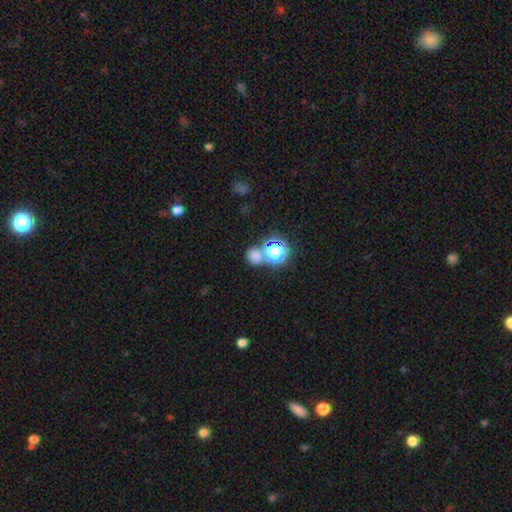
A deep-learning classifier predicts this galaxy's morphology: Smooth or featured?
  - smooth: 69% *
  - star or artifact: 25%
  - featured or disk: 6%
How rounded?
  - round: 80% *
  - in between: 19%
  - cigar-shaped: 1%
Merging?
  - none: 61% *
  - merger: 27%
  - minor disturbance: 8%
  - major disturbance: 4%